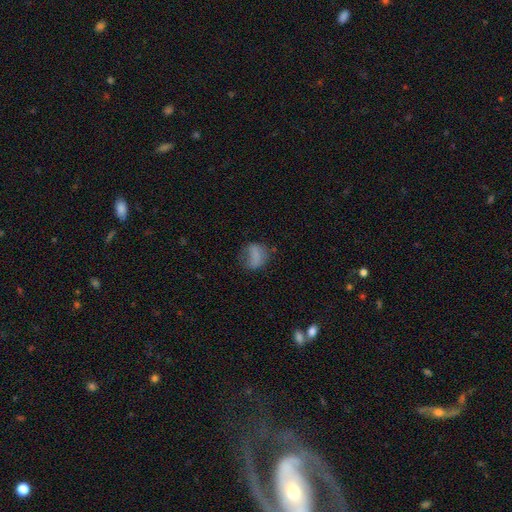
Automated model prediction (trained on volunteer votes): A smooth galaxy with no disk features (73%) that is in between round and cigar-shaped (57%). Merging: none (46%).